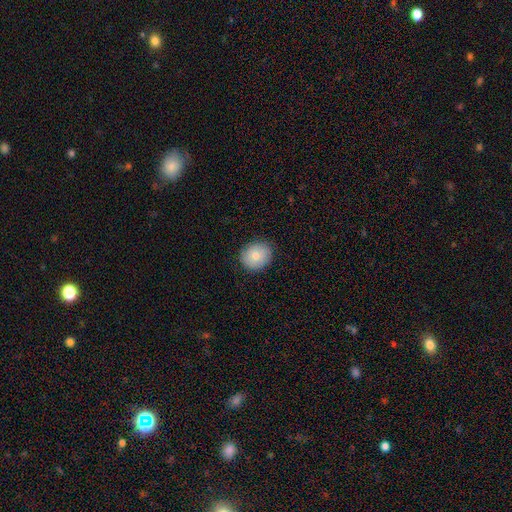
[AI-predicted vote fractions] Overall: smooth (77%). How rounded: round (74%). Merging: none (85%).